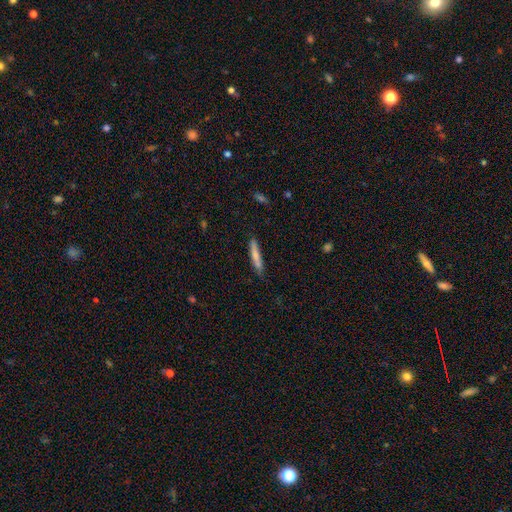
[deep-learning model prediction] smooth-or-featured: smooth: 73% | featured or disk: 21% | star or artifact: 6%
  how-rounded: cigar-shaped: 92% | in between: 6% | round: 1%
  merging: none: 82% | minor disturbance: 14% | major disturbance: 2% | merger: 2%